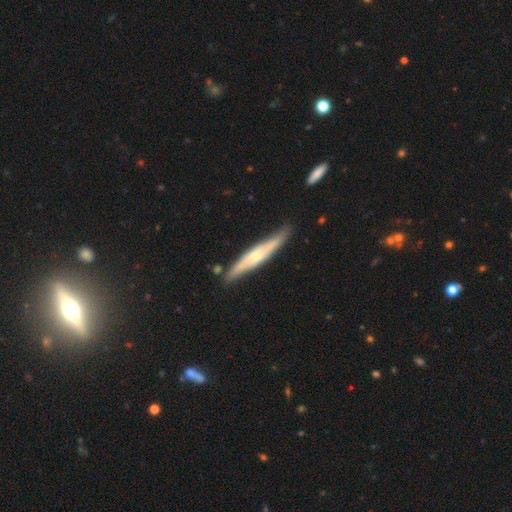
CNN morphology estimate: The model was most divided on "smooth or featured": featured or disk: 58%, smooth: 37%, star or artifact: 5%. More confident: edge-on disk — yes (87%); merging — none (78%); edge-on bulge — rounded (65%).